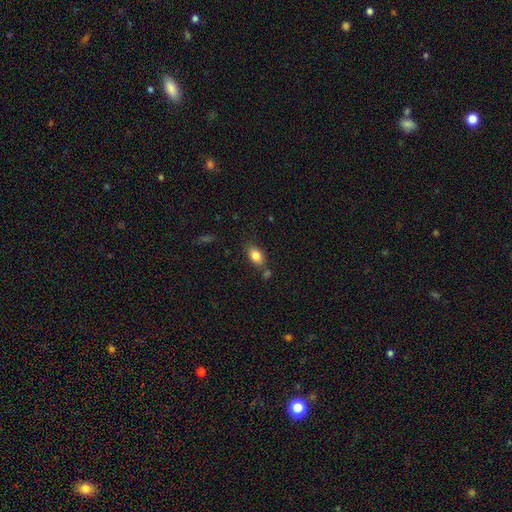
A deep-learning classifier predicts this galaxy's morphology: smooth 84%, star or artifact 9%, featured or disk 8%. Down the decision tree: how rounded — in between (85%); merging — none (72%).